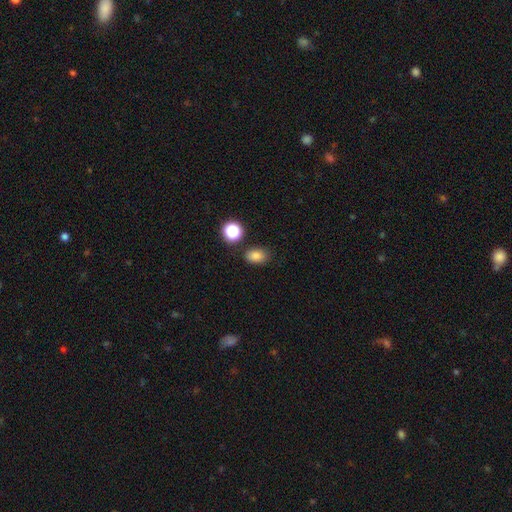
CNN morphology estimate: Q: Smooth or featured?
A: smooth (82%); runner-up: star or artifact (13%)
Q: How rounded?
A: in between (78%); runner-up: round (20%)
Q: Merging?
A: none (80%); runner-up: minor disturbance (12%)